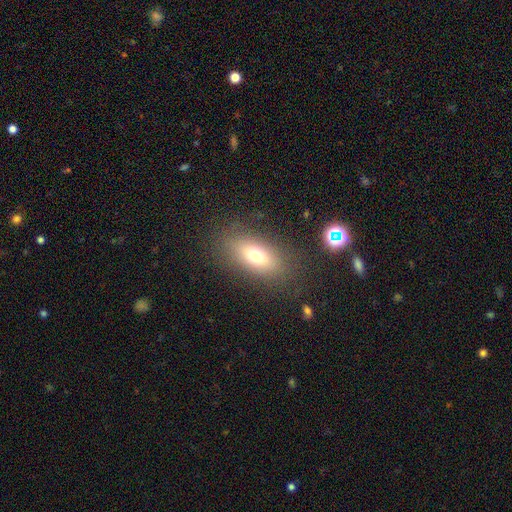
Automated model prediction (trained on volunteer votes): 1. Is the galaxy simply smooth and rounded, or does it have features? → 69% smooth, 19% featured or disk, 12% star or artifact.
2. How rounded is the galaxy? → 80% in between, 11% cigar-shaped, 9% round.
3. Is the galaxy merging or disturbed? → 82% none, 11% minor disturbance, 6% major disturbance, 2% merger.